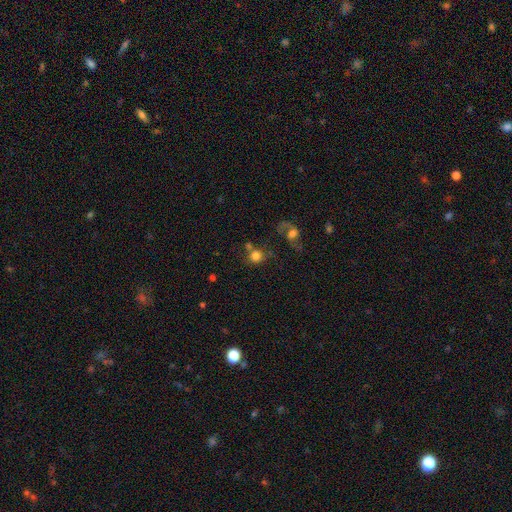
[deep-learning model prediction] Overall: smooth (75%). How rounded: round (85%). Merging: none (53%; merger 26%).